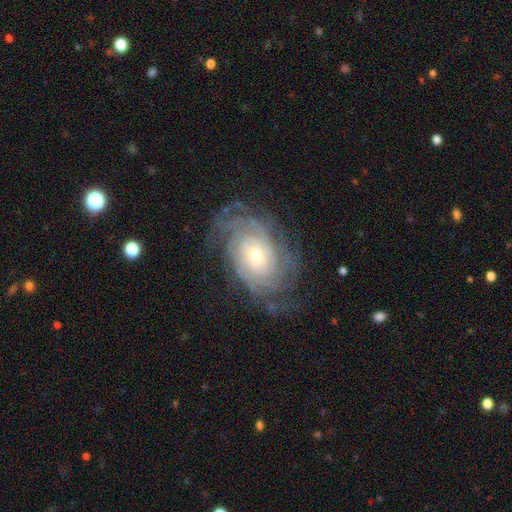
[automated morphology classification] This is clearly a featured or disk galaxy (87%). It is clearly not viewed edge-on (96%). Bar: likely no (72%). Spiral arm pattern: clearly yes (96%). Spiral arm count: marginally can't tell (34%). Spiral winding: likely tight (74%). Central bulge: possibly small (51%). Merging: likely none (74%).